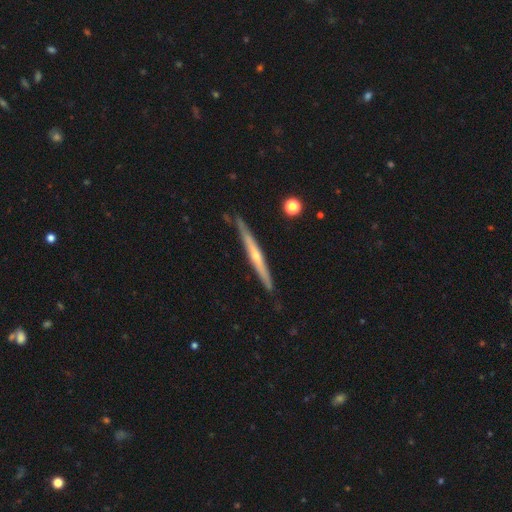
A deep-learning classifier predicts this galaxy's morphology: A featured or disk galaxy (71%) viewed edge-on (97%) with a rounded central bulge (63%). Merging: none (86%).